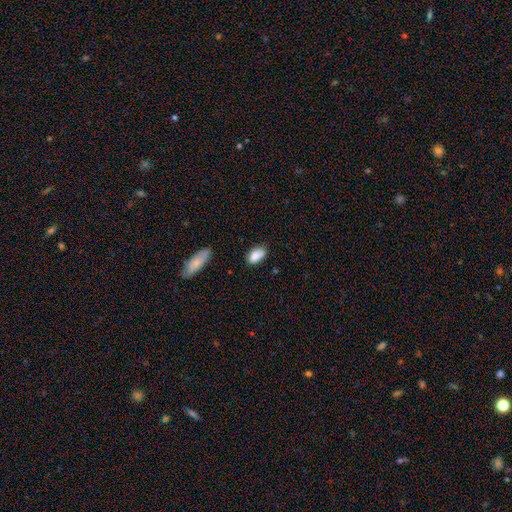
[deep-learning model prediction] Smooth or featured? Predicted: smooth (p=0.86). How rounded? Predicted: in between (p=0.92). Merging? Predicted: none (p=0.75).